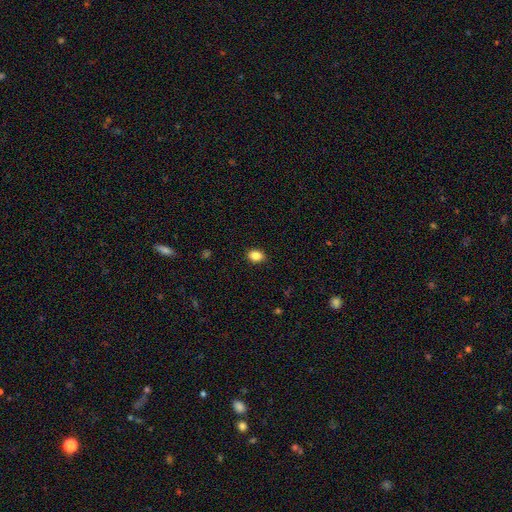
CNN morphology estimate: type=smooth (86%); roundness=in between (60%); merging=none (88%).